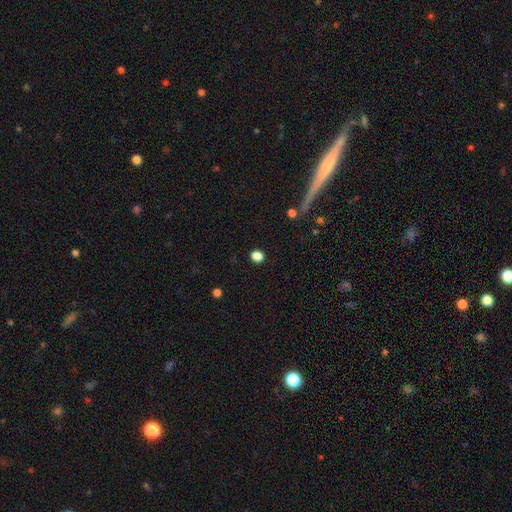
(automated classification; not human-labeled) A smooth galaxy with no disk features (83%) that is round (54%).

Vote fractions:
- Smooth or featured? smooth: 83% / star or artifact: 14% / featured or disk: 3%
- How rounded? round: 54% / in between: 44% / cigar-shaped: 1%
- Merging? none: 88% / minor disturbance: 7% / major disturbance: 2% / merger: 2%